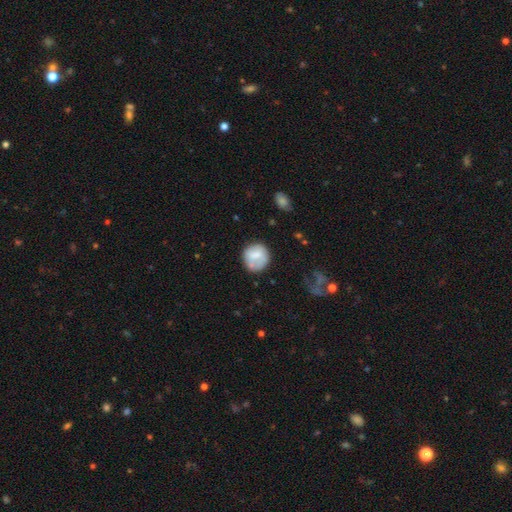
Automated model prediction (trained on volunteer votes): Morphology: type=smooth (70%); roundness=round (84%); merging=none (62%).